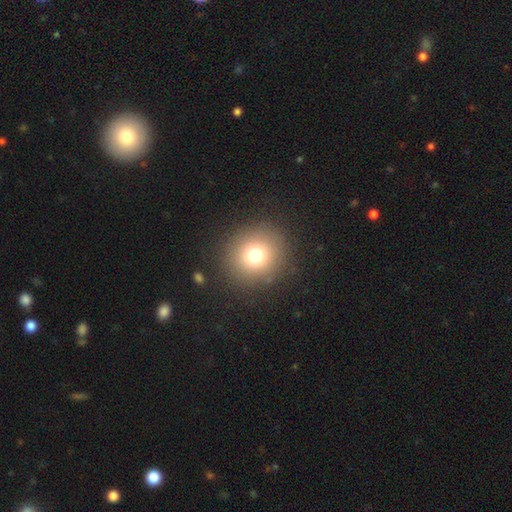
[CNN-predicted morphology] A smooth galaxy with no disk features (74%) that is round (91%). Merging: none (89%).